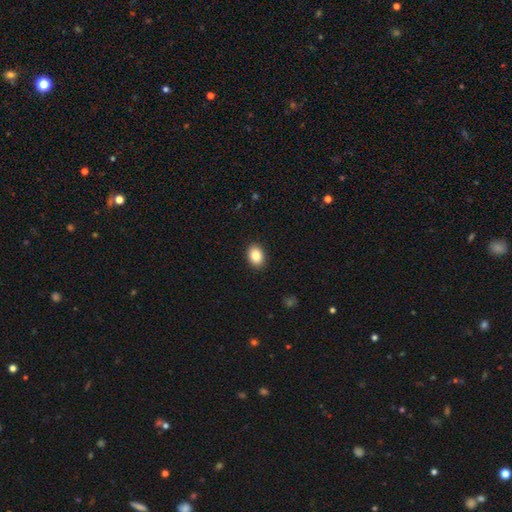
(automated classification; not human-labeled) This is clearly a smooth galaxy (86%). How rounded: likely in between (71%). Merging: clearly none (91%).